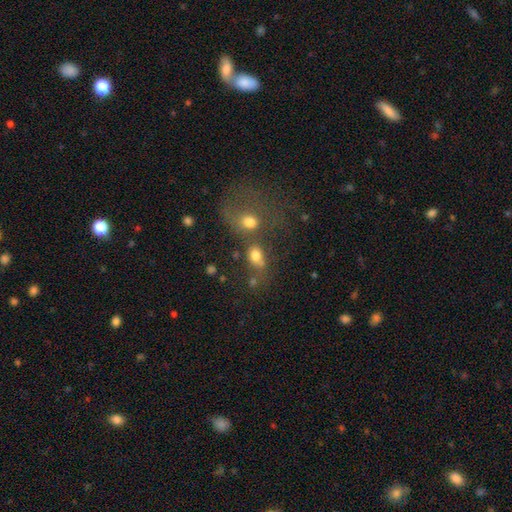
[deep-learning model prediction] Smooth or featured? smooth (73%)
How rounded? in between (59%)
Merging? merger (40%)